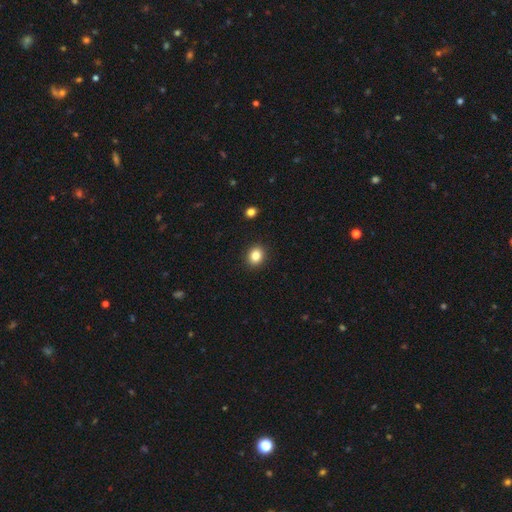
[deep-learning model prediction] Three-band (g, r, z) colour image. It shows a smooth galaxy with no disk features (84%) that is round (67%). Merging: none (91%).